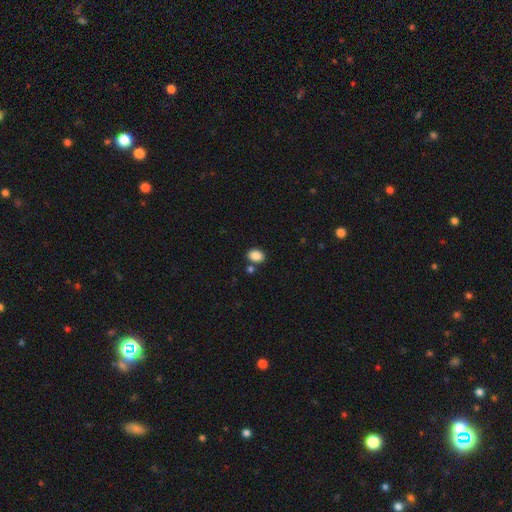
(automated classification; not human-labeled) Smooth or featured: smooth — 87% (star or artifact — 9%)
How rounded: in between — 68% (round — 31%)
Merging: none — 79% (minor disturbance — 10%)